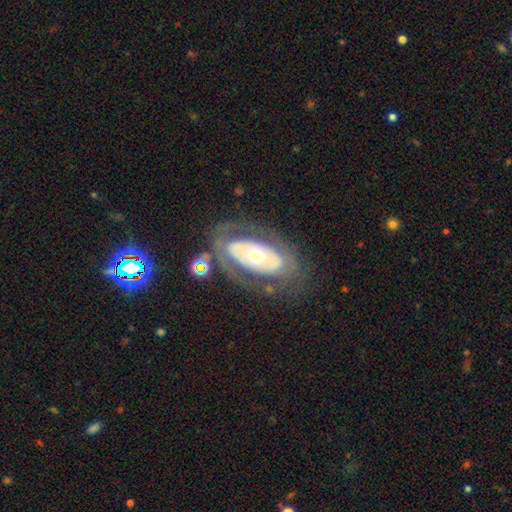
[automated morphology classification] The model was most divided on "spiral arms": no: 65%, yes: 35%. More confident: edge-on disk — no (91%); bar — no (79%); smooth or featured — featured or disk (69%); merging — none (68%); bulge size — moderate (68%).